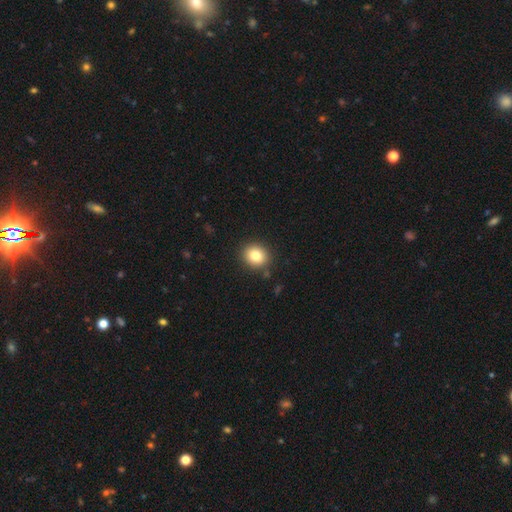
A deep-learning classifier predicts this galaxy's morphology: Smooth or featured: smooth — 82% (star or artifact — 10%)
How rounded: round — 78% (in between — 21%)
Merging: none — 89% (minor disturbance — 7%)